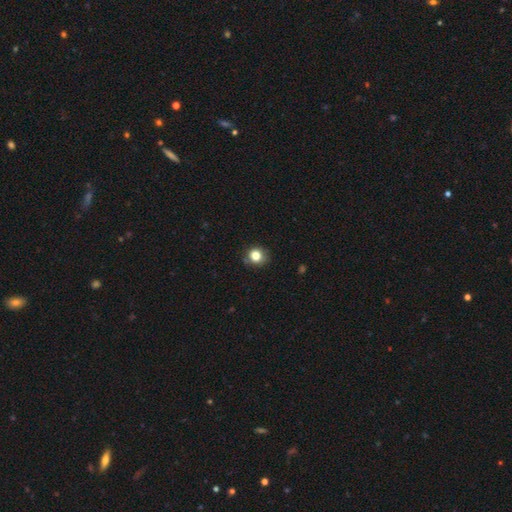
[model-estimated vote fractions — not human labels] This appears to be a smooth galaxy with no disk features (82%) that is round (87%). Merging: none (84%).